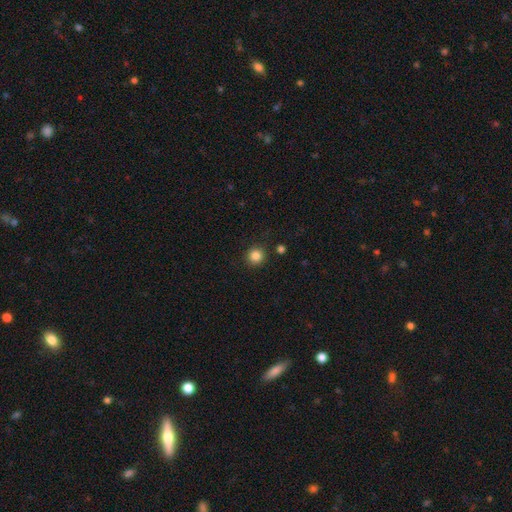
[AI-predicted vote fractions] Smooth or featured?
  - smooth: 84% *
  - star or artifact: 12%
  - featured or disk: 4%
How rounded?
  - round: 93% *
  - in between: 6%
  - cigar-shaped: 1%
Merging?
  - none: 89% *
  - minor disturbance: 6%
  - major disturbance: 2%
  - merger: 2%